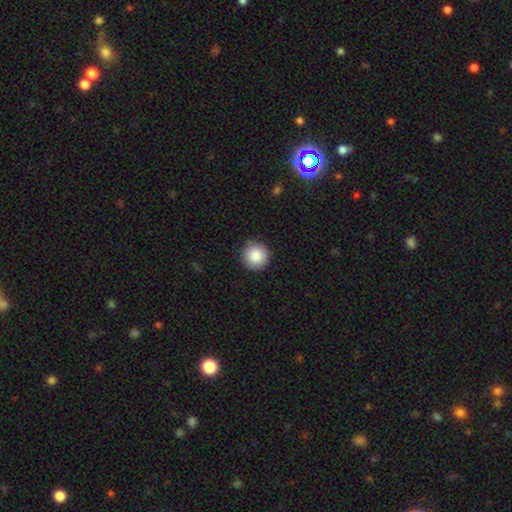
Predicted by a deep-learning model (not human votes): Q: Smooth or featured?
A: smooth (87%); runner-up: star or artifact (8%)
Q: How rounded?
A: round (96%); runner-up: in between (3%)
Q: Merging?
A: none (90%); runner-up: minor disturbance (7%)